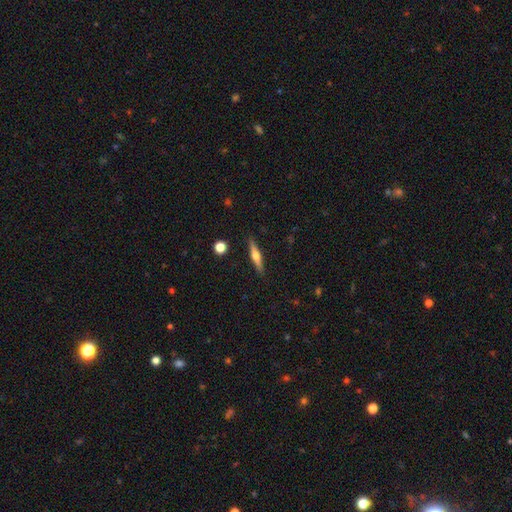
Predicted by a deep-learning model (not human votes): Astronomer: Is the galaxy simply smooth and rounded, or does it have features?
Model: featured or disk — 57% (runner-up: smooth, 37%).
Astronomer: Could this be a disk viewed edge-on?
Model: yes — 96%.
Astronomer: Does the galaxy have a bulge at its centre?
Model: rounded — 91%.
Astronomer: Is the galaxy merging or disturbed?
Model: none — 90%.